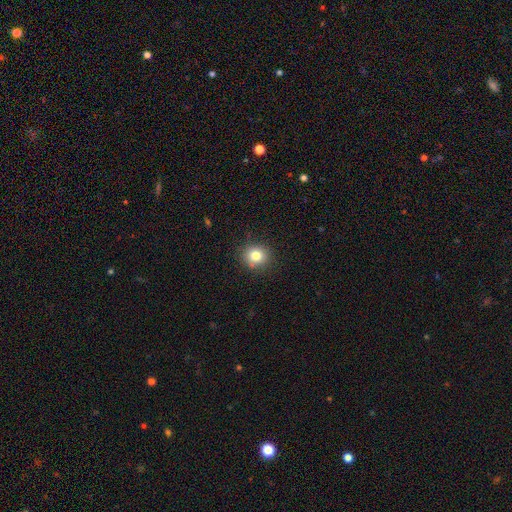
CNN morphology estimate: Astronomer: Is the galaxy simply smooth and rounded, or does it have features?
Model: smooth — 80%.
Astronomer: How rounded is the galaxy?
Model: round — 82%.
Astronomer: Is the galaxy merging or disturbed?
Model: none — 86%.